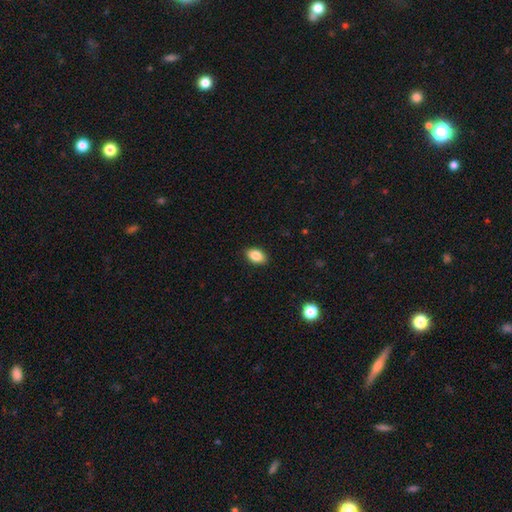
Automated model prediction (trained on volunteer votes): Morphology: type=smooth (86%); roundness=in between (90%); merging=none (89%).